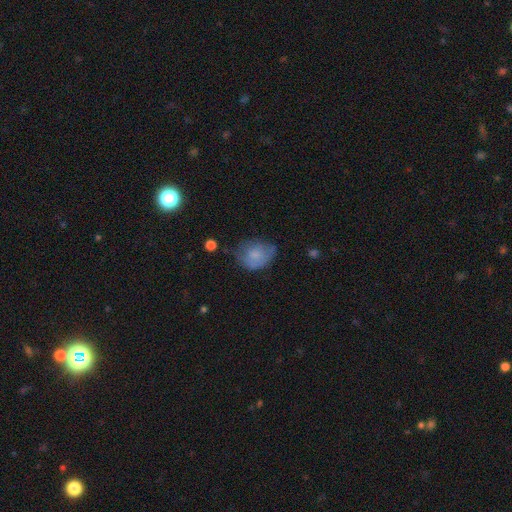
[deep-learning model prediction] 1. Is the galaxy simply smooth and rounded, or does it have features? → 72% smooth, 19% featured or disk, 9% star or artifact.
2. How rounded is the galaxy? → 56% in between, 43% round, 1% cigar-shaped.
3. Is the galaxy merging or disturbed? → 47% none, 36% minor disturbance, 14% major disturbance, 2% merger.